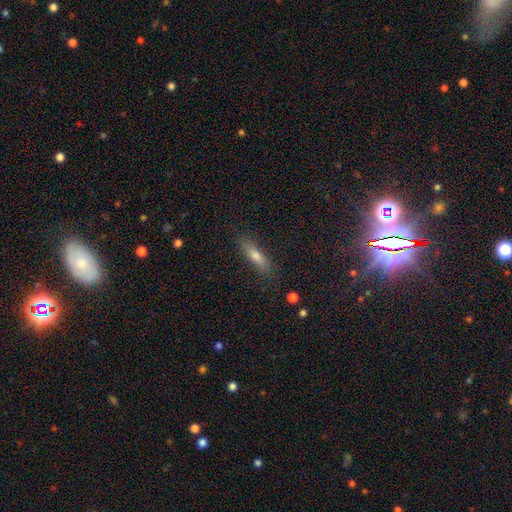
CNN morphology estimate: This is likely a smooth galaxy (68%). How rounded: likely cigar-shaped (64%). Merging: clearly none (84%).